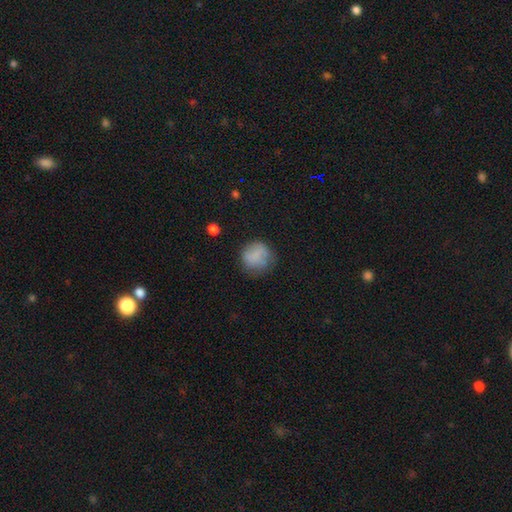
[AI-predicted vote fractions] A smooth galaxy with no disk features (74%) that is round (88%).

Vote fractions:
- Smooth or featured? smooth: 74% / featured or disk: 18% / star or artifact: 9%
- How rounded? round: 88% / in between: 11% / cigar-shaped: 1%
- Merging? none: 66% / minor disturbance: 22% / major disturbance: 10% / merger: 2%